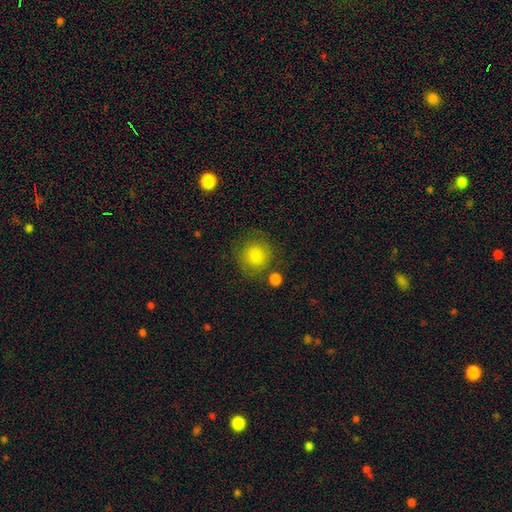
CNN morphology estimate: smooth-or-featured: smooth: 80% | star or artifact: 10% | featured or disk: 10%
  how-rounded: round: 88% | in between: 11% | cigar-shaped: 1%
  merging: none: 74% | minor disturbance: 14% | merger: 6% | major disturbance: 6%